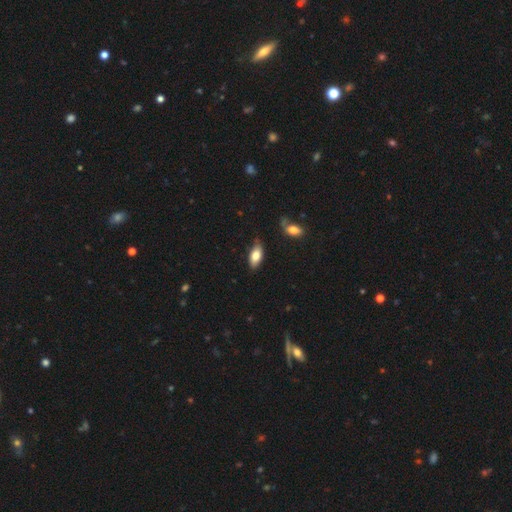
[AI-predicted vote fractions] Overall: smooth (78%). How rounded: in between (88%). Merging: none (74%).